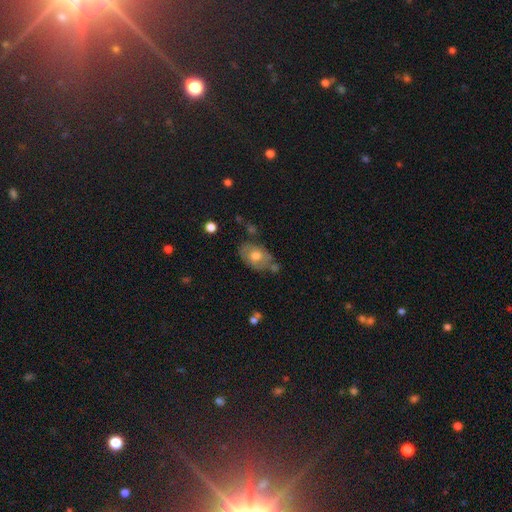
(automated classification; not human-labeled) Morphology: type=smooth (57%); roundness=in between (82%); merging=none (56%).